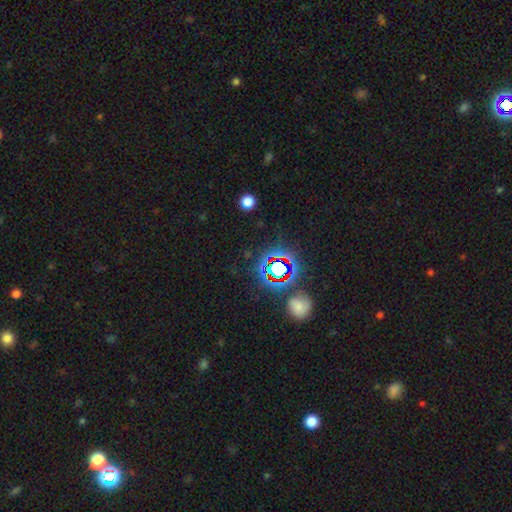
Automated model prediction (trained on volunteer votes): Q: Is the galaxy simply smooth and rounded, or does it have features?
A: star or artifact — 74%.